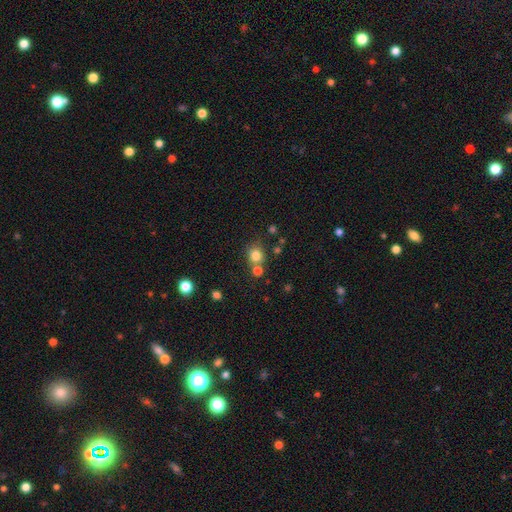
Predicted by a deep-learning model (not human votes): A smooth galaxy with no disk features (80%) that is round (81%). Merging: none (63%).